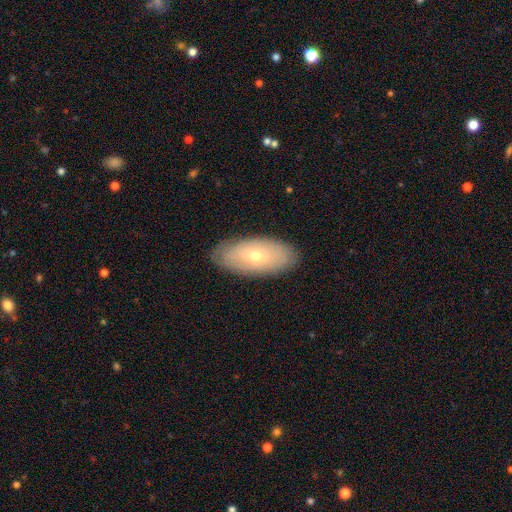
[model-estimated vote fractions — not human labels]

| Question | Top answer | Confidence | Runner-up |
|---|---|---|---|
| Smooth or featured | smooth | 56% | featured or disk (38%) |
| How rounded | in between | 90% | cigar-shaped (7%) |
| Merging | none | 85% | minor disturbance (11%) |